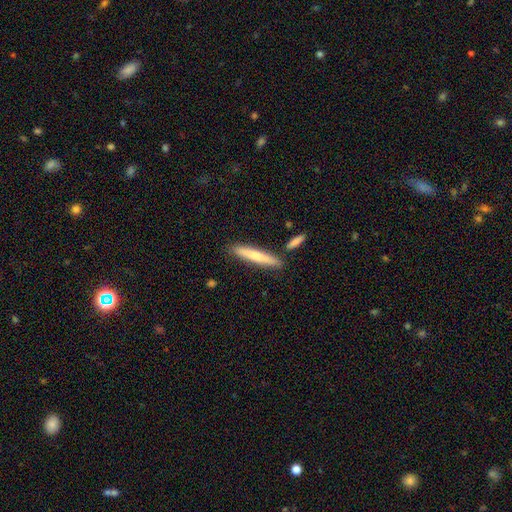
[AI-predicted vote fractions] This is likely a smooth galaxy (70%). How rounded: clearly cigar-shaped (93%). Merging: clearly none (83%).